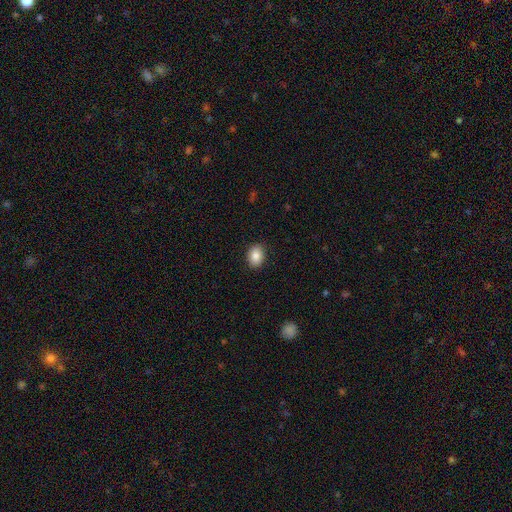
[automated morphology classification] smooth_or_featured: smooth (p=0.86) [alt: star or artifact p=0.08]
how_rounded: in between (p=0.65) [alt: round p=0.34]
merging: none (p=0.90) [alt: minor disturbance p=0.07]